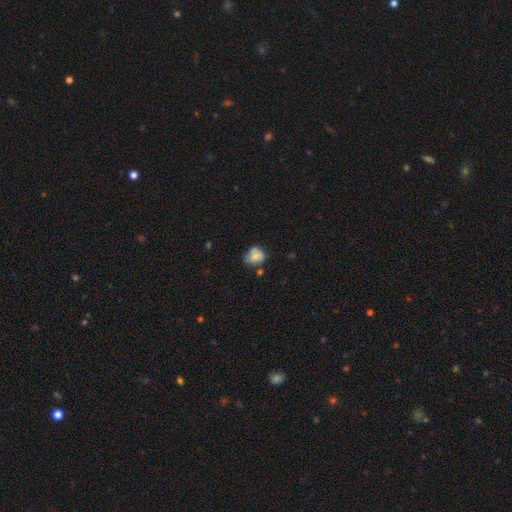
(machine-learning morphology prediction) Smooth or featured?
  - smooth: 68% *
  - featured or disk: 22%
  - star or artifact: 10%
How rounded?
  - round: 52% *
  - in between: 47%
  - cigar-shaped: 1%
Merging?
  - none: 39% *
  - minor disturbance: 31%
  - merger: 17%
  - major disturbance: 13%